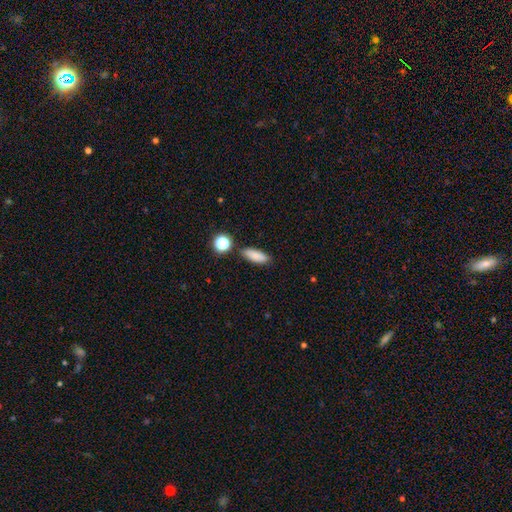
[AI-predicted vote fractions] Smooth or featured?
  - smooth: 83% *
  - star or artifact: 9%
  - featured or disk: 8%
How rounded?
  - in between: 67% *
  - cigar-shaped: 28%
  - round: 4%
Merging?
  - none: 82% *
  - minor disturbance: 10%
  - merger: 5%
  - major disturbance: 3%